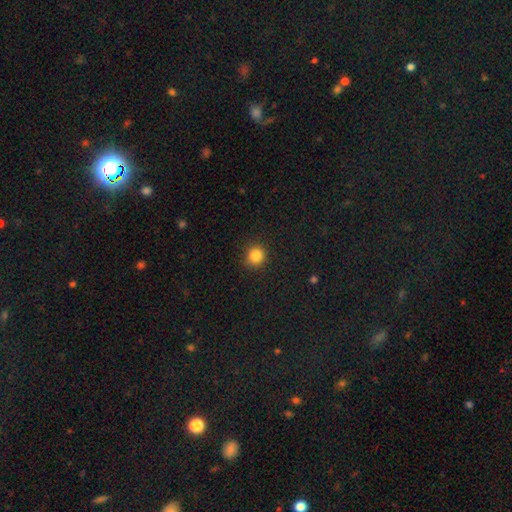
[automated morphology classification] smooth_or_featured: smooth (p=0.85) [alt: star or artifact p=0.11]
how_rounded: round (p=0.91) [alt: in between p=0.08]
merging: none (p=0.90) [alt: minor disturbance p=0.07]